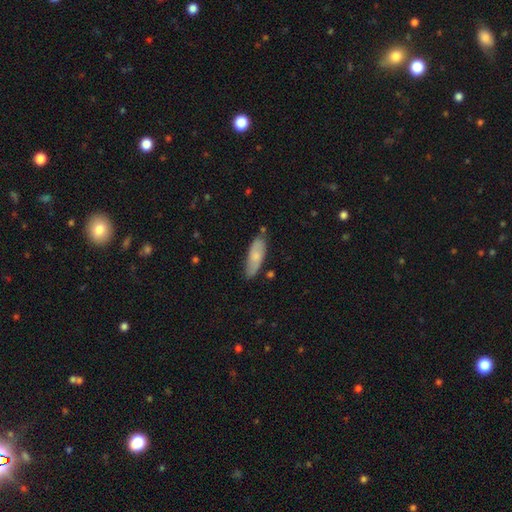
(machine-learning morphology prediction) smooth-or-featured: smooth: 67% | featured or disk: 27% | star or artifact: 6%
  how-rounded: in between: 61% | cigar-shaped: 37% | round: 2%
  merging: none: 74% | minor disturbance: 20% | major disturbance: 3% | merger: 3%